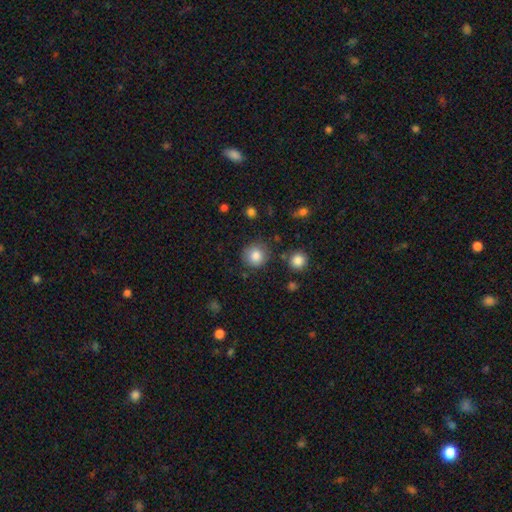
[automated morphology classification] Overall: smooth (84%). How rounded: round (92%). Merging: none (84%).